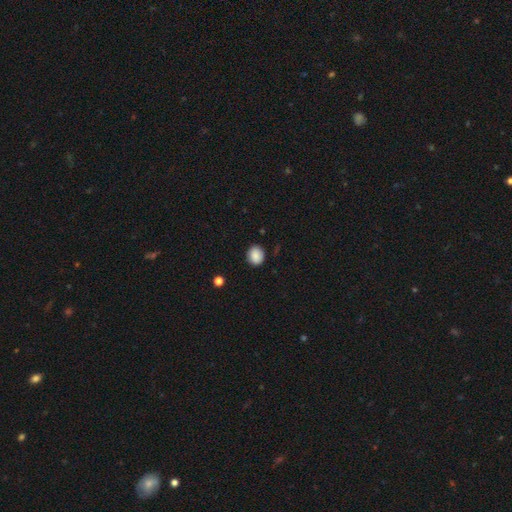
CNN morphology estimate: A smooth galaxy with no disk features (88%) that is round (65%).

Vote fractions:
- Smooth or featured? smooth: 88% / star or artifact: 8% / featured or disk: 4%
- How rounded? round: 65% / in between: 35% / cigar-shaped: 1%
- Merging? none: 85% / minor disturbance: 11% / major disturbance: 3% / merger: 1%